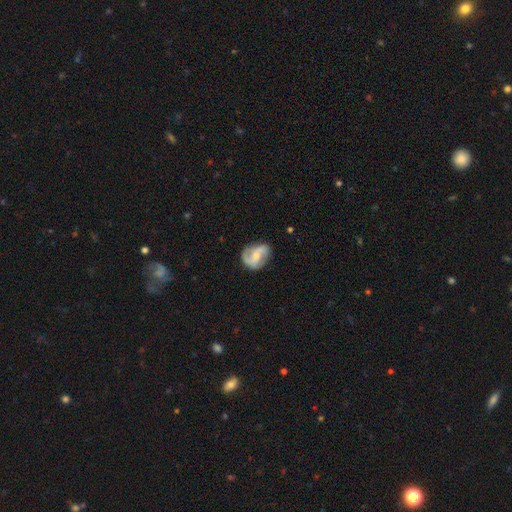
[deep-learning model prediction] smooth_or_featured: featured or disk (p=0.72) [alt: smooth p=0.22]
disk_edge_on: no (p=0.97) [alt: yes p=0.03]
bar: no (p=0.44) [alt: weak p=0.39]
has_spiral_arms: yes (p=0.91) [alt: no p=0.09]
spiral_winding: loose (p=0.42) [alt: medium p=0.41]
spiral_arm_count: 2 (p=0.84) [alt: can't tell p=0.06]
bulge_size: small (p=0.48) [alt: moderate p=0.46]
merging: none (p=0.70) [alt: minor disturbance p=0.21]